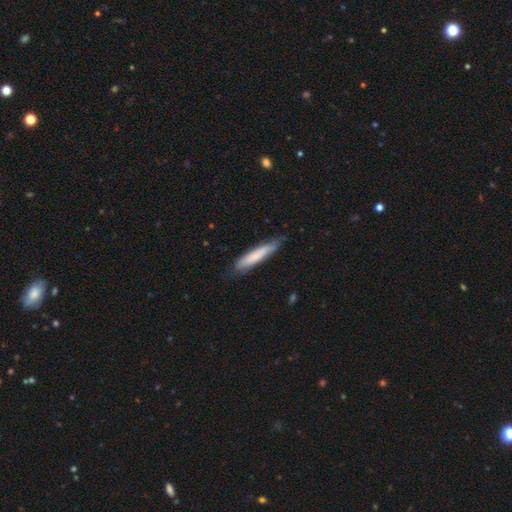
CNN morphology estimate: type=smooth (70%); roundness=cigar-shaped (87%); merging=none (68%).